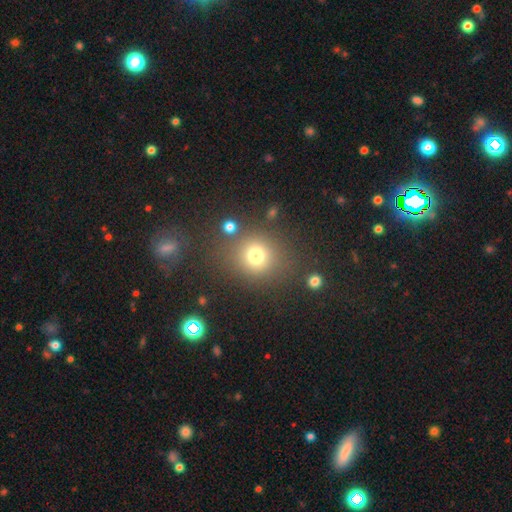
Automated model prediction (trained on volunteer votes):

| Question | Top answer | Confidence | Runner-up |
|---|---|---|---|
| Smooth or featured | smooth | 74% | star or artifact (17%) |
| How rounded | round | 81% | in between (18%) |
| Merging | none | 75% | minor disturbance (11%) |